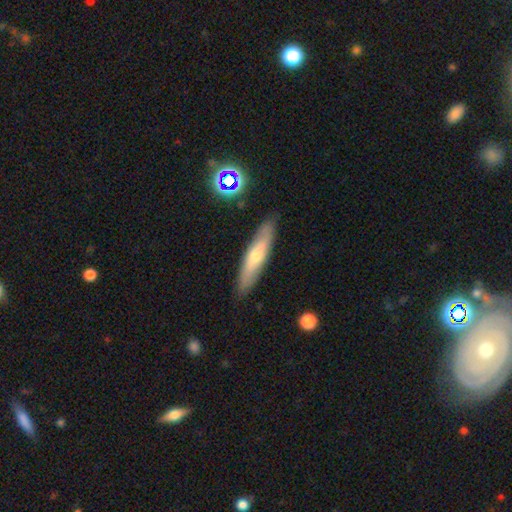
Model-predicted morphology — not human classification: Smooth or featured? Predicted: smooth (p=0.51). How rounded? Predicted: cigar-shaped (p=0.78). Merging? Predicted: none (p=0.87).